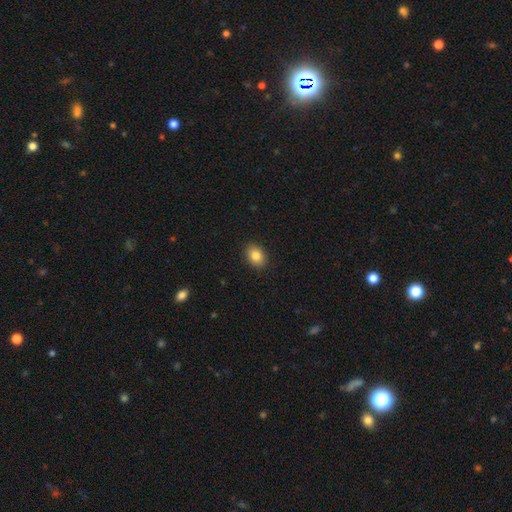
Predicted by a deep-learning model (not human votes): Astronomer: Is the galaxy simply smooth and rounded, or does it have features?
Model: smooth — 85%.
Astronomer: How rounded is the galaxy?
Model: in between — 75%.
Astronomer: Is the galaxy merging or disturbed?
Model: none — 90%.